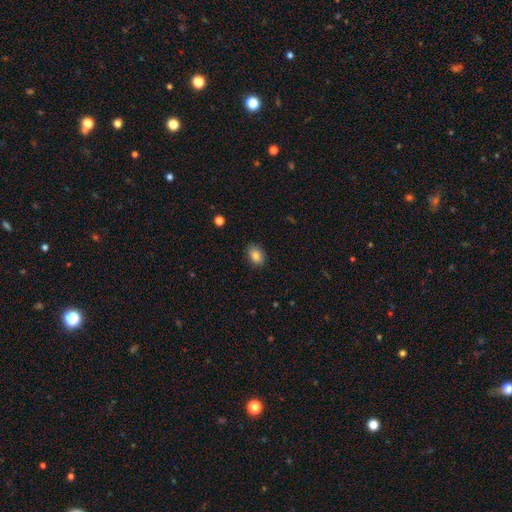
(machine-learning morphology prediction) A smooth galaxy with no disk features (85%) that is in between round and cigar-shaped (72%). Merging: none (87%).